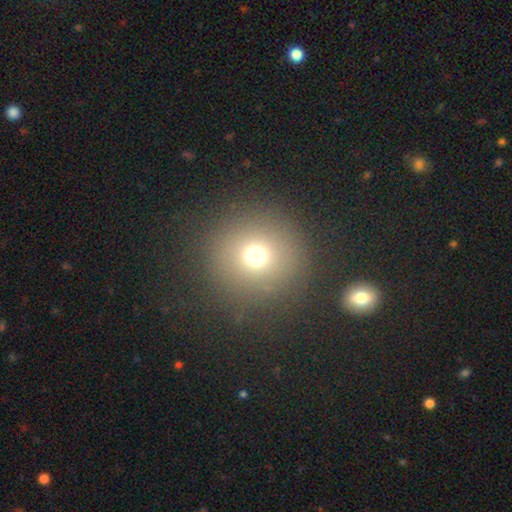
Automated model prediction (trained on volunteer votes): smooth_or_featured: smooth (p=0.70) [alt: star or artifact p=0.21]
how_rounded: round (p=0.93) [alt: in between p=0.06]
merging: none (p=0.86) [alt: minor disturbance p=0.07]